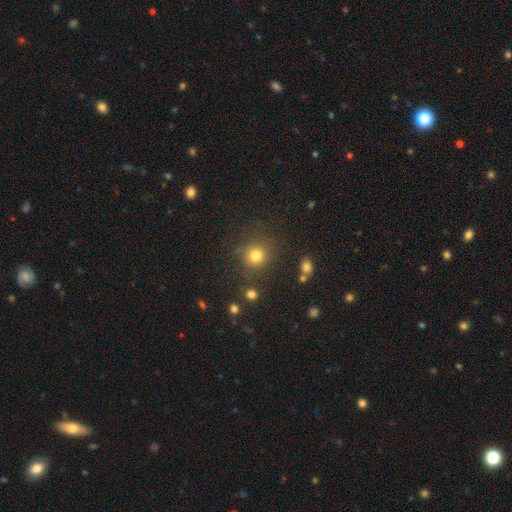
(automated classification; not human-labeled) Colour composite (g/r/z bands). It shows a smooth galaxy with no disk features (79%) that is round (90%). Merging: none (83%).